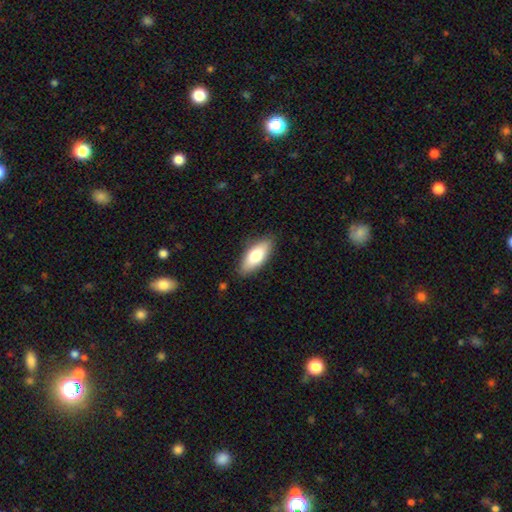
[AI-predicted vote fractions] Smooth or featured?
  - smooth: 75% *
  - featured or disk: 19%
  - star or artifact: 6%
How rounded?
  - in between: 78% *
  - cigar-shaped: 19%
  - round: 2%
Merging?
  - none: 85% *
  - minor disturbance: 11%
  - major disturbance: 2%
  - merger: 1%